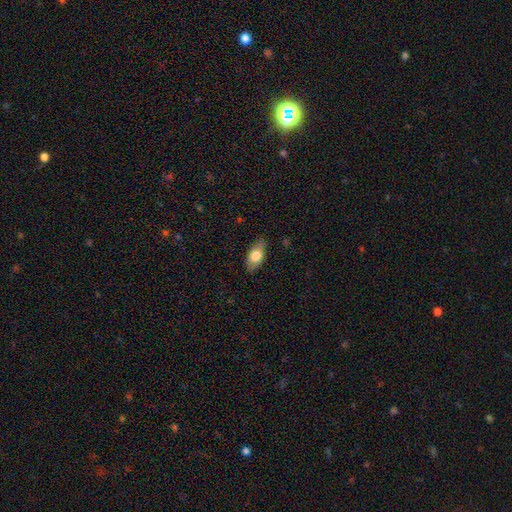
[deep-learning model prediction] Smooth or featured?
  - smooth: 74% *
  - featured or disk: 19%
  - star or artifact: 7%
How rounded?
  - in between: 88% *
  - cigar-shaped: 7%
  - round: 5%
Merging?
  - none: 80% *
  - minor disturbance: 16%
  - major disturbance: 3%
  - merger: 1%